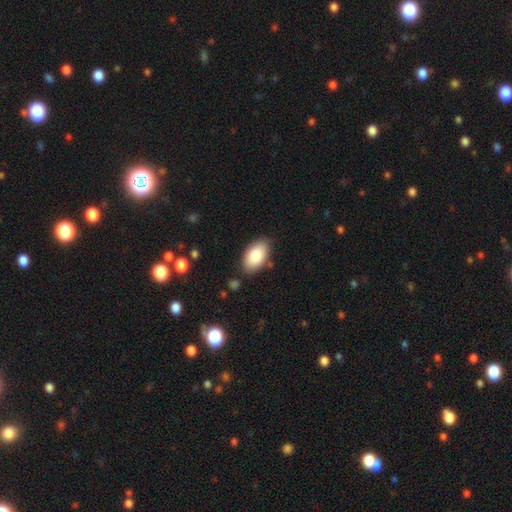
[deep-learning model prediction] Smooth or featured? Predicted: smooth (p=0.84). How rounded? Predicted: in between (p=0.94). Merging? Predicted: none (p=0.81).